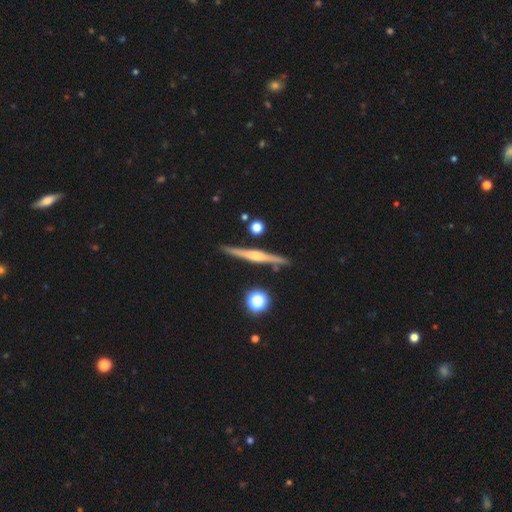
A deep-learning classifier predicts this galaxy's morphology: Smooth or featured? featured or disk (74%)
Edge-on disk? yes (98%)
Edge-on bulge? rounded (69%)
Merging? none (89%)